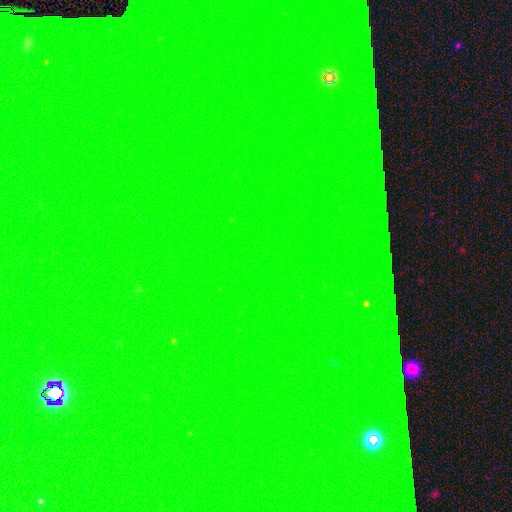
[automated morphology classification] The model was most divided on "smooth or featured": star or artifact: 83%, featured or disk: 9%, smooth: 9%.